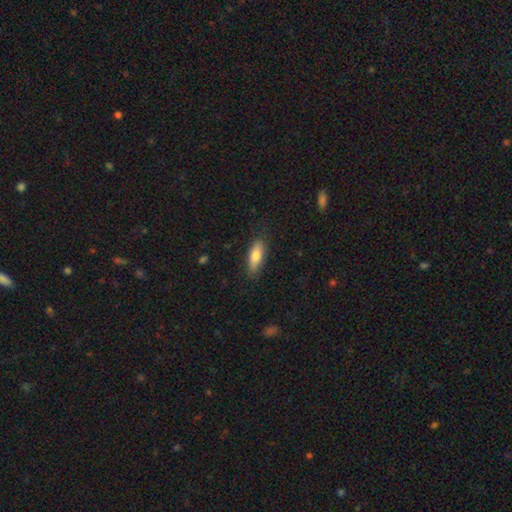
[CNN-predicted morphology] Smooth or featured?
  - smooth: 77% *
  - featured or disk: 17%
  - star or artifact: 6%
How rounded?
  - in between: 64% *
  - cigar-shaped: 33%
  - round: 2%
Merging?
  - none: 82% *
  - minor disturbance: 13%
  - major disturbance: 3%
  - merger: 1%